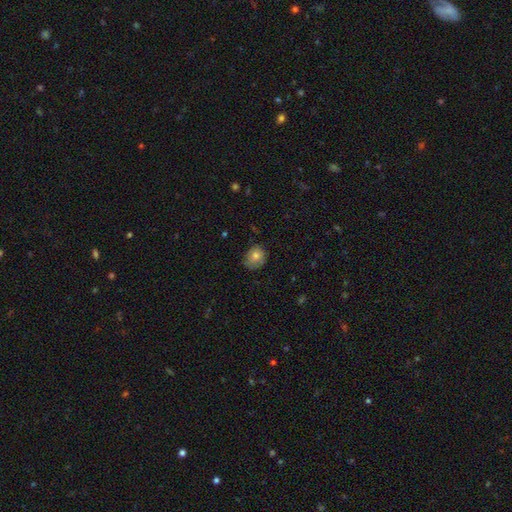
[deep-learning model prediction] Smooth or featured: smooth — 75% (featured or disk — 16%)
How rounded: round — 65% (in between — 34%)
Merging: none — 63% (minor disturbance — 29%)